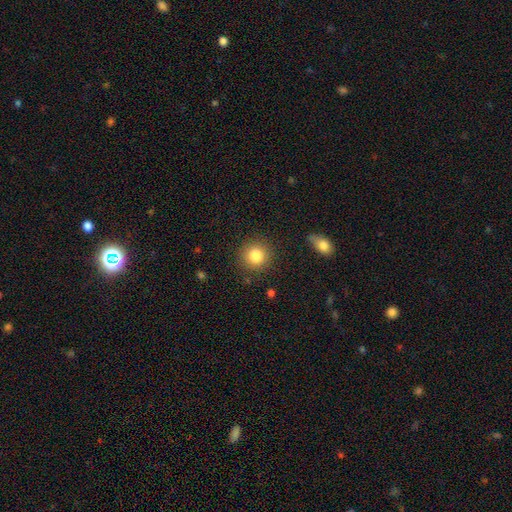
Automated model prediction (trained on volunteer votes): Smooth or featured? Predicted: smooth (p=0.84). How rounded? Predicted: round (p=0.91). Merging? Predicted: none (p=0.87).